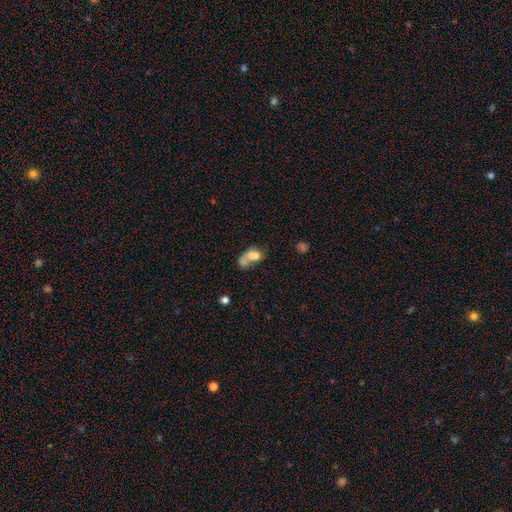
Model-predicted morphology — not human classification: A smooth galaxy with no disk features (57%) that is in between round and cigar-shaped (66%). Merging: merger (58%).